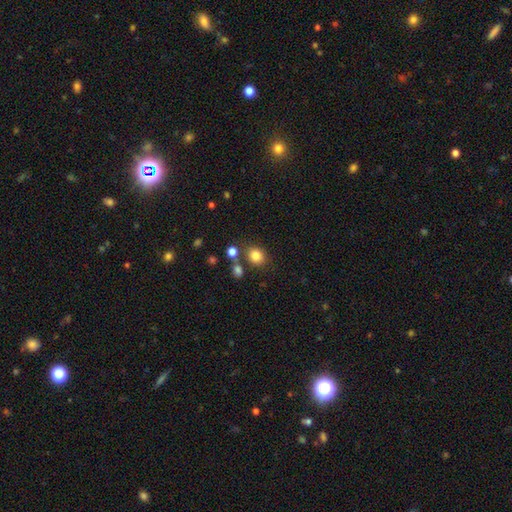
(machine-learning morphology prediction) Smooth or featured? Predicted: smooth (p=0.82). How rounded? Predicted: round (p=0.70). Merging? Predicted: none (p=0.73).